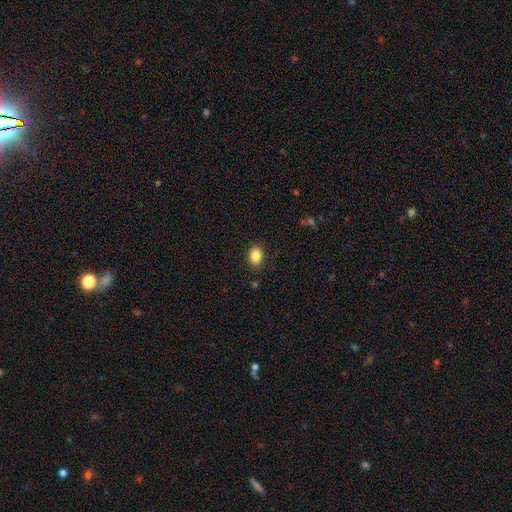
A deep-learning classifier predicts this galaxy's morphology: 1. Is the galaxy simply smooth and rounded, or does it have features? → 85% smooth, 9% star or artifact, 5% featured or disk.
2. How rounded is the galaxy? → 67% in between, 32% round, 1% cigar-shaped.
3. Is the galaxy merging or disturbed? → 88% none, 9% minor disturbance, 2% major disturbance, 1% merger.